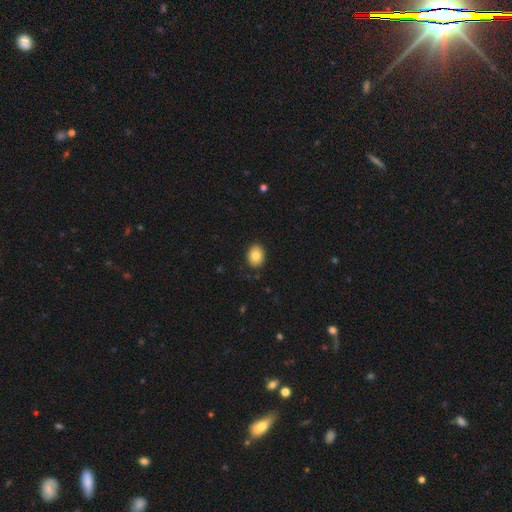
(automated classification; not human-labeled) smooth 85%, star or artifact 8%, featured or disk 7%. Down the decision tree: how rounded — in between (59%); merging — none (88%).